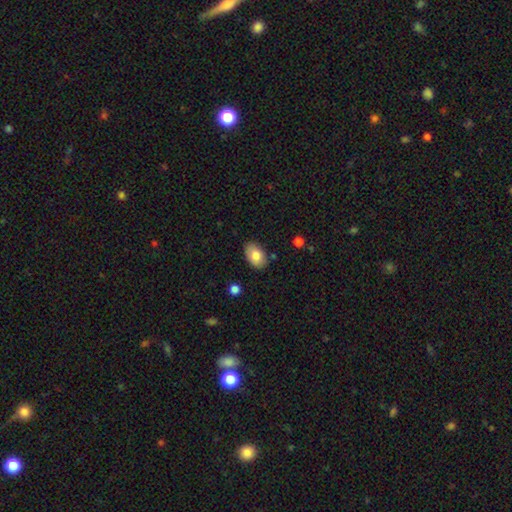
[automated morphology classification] Smooth or featured?
  - smooth: 80% *
  - featured or disk: 13%
  - star or artifact: 7%
How rounded?
  - in between: 89% *
  - round: 10%
  - cigar-shaped: 1%
Merging?
  - none: 82% *
  - minor disturbance: 13%
  - major disturbance: 2%
  - merger: 2%